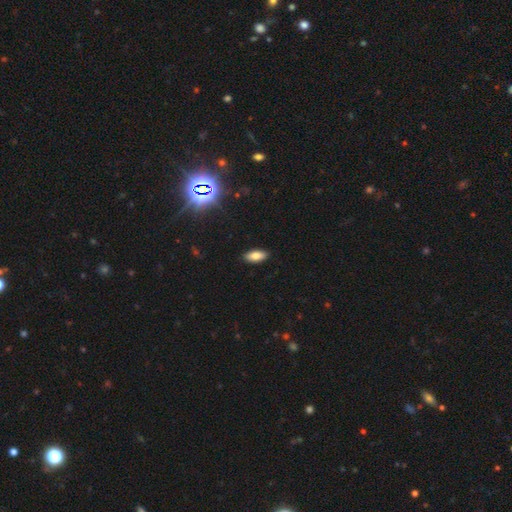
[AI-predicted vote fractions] smooth_or_featured: smooth (p=0.80) [alt: featured or disk p=0.10]
how_rounded: in between (p=0.85) [alt: cigar-shaped p=0.13]
merging: none (p=0.90) [alt: minor disturbance p=0.08]